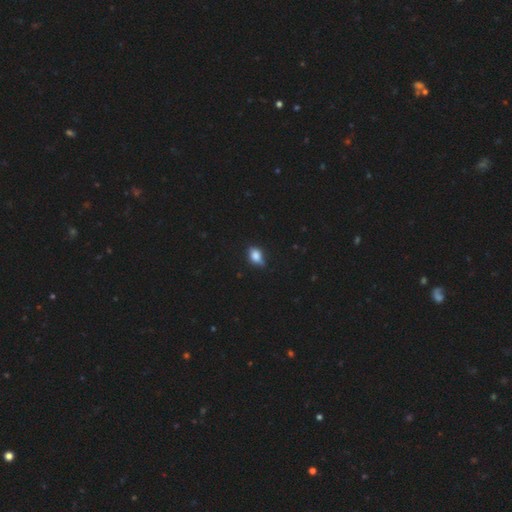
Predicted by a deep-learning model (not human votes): Morphology: type=smooth (79%); roundness=in between (75%); merging=none (60%).